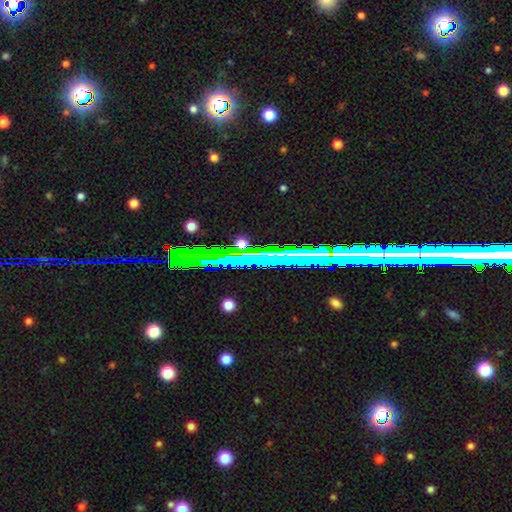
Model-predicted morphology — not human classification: smooth_or_featured: star or artifact (p=0.50) [alt: featured or disk p=0.34]